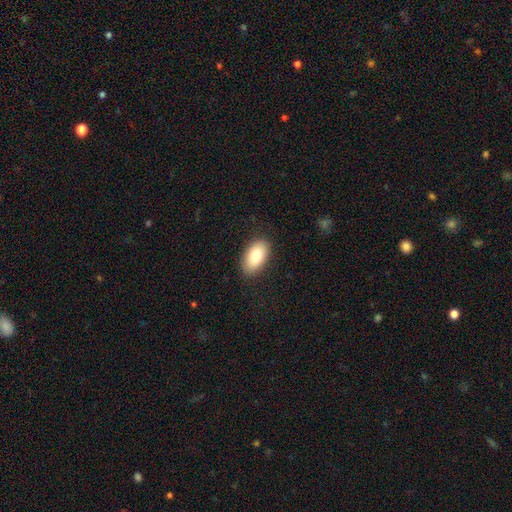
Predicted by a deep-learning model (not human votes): Morphology: type=smooth (80%); roundness=in between (94%); merging=none (88%).